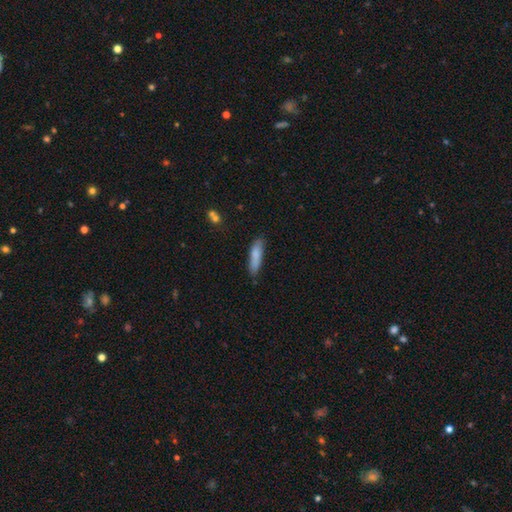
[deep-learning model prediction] smooth_or_featured: smooth (p=0.82) [alt: featured or disk p=0.12]
how_rounded: cigar-shaped (p=0.70) [alt: in between p=0.28]
merging: none (p=0.75) [alt: minor disturbance p=0.19]